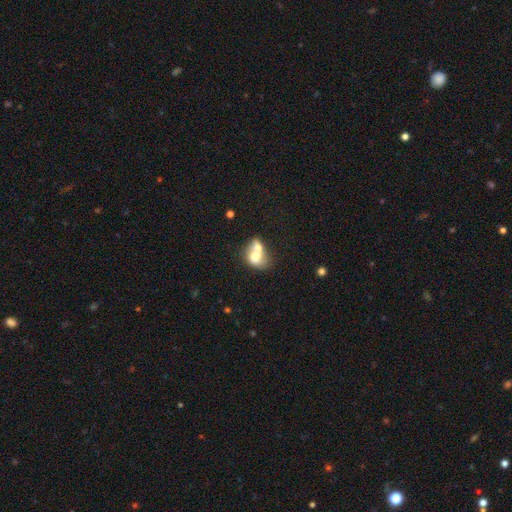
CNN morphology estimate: smooth-or-featured: smooth: 65% | featured or disk: 27% | star or artifact: 8%
  how-rounded: in between: 54% | round: 45% | cigar-shaped: 1%
  merging: merger: 70% | none: 17% | minor disturbance: 7% | major disturbance: 5%